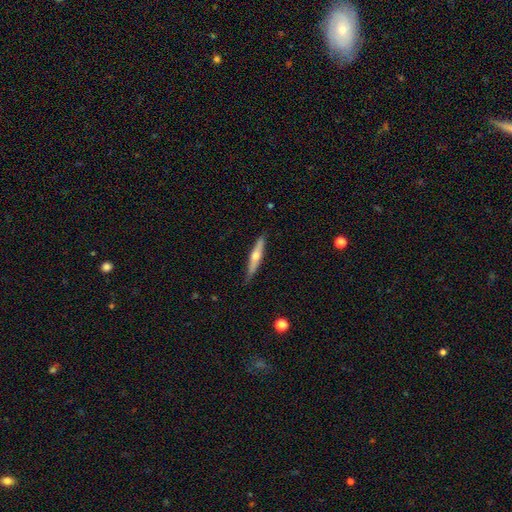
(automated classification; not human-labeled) Smooth or featured? Predicted: featured or disk (p=0.52). Edge-on disk? Predicted: yes (p=0.94). Merging? Predicted: none (p=0.83).